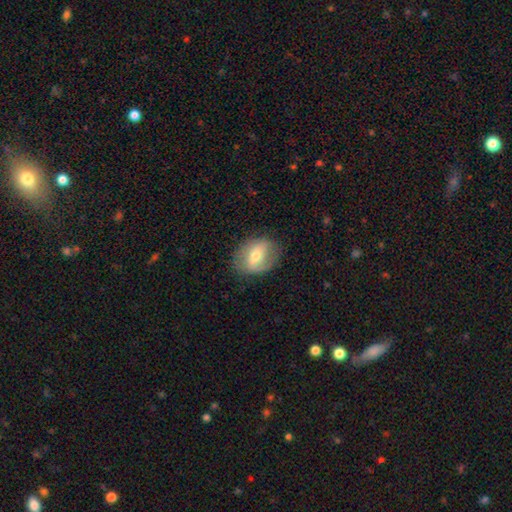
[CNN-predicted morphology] Q: Smooth or featured?
A: smooth (47%); runner-up: featured or disk (46%)
Q: Merging?
A: none (74%); runner-up: minor disturbance (18%)